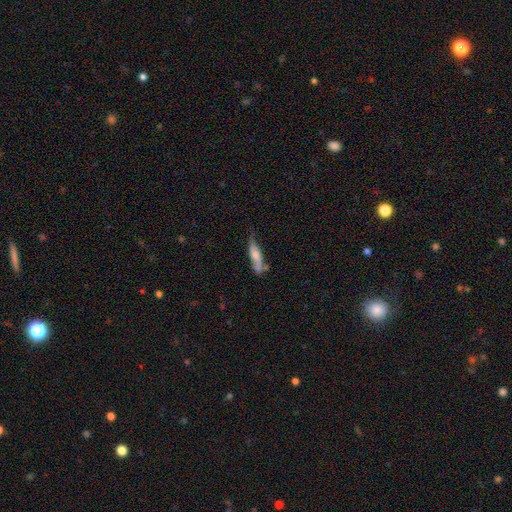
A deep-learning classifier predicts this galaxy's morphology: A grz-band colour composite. It shows a smooth galaxy with no disk features (60%) that is cigar-shaped (67%). Merging: none (53%).